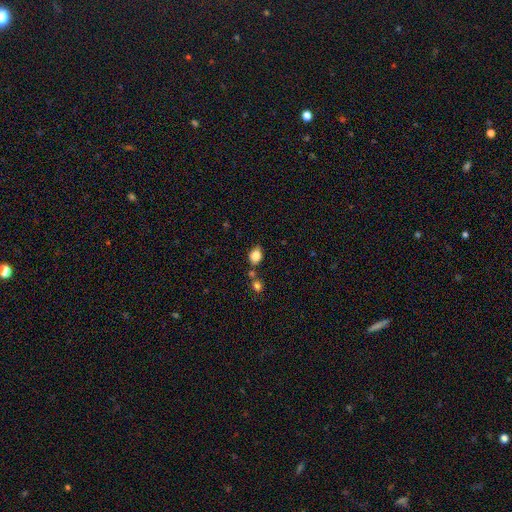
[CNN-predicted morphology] Overall: smooth (84%). How rounded: in between (67%; round 31%). Merging: none (65%).